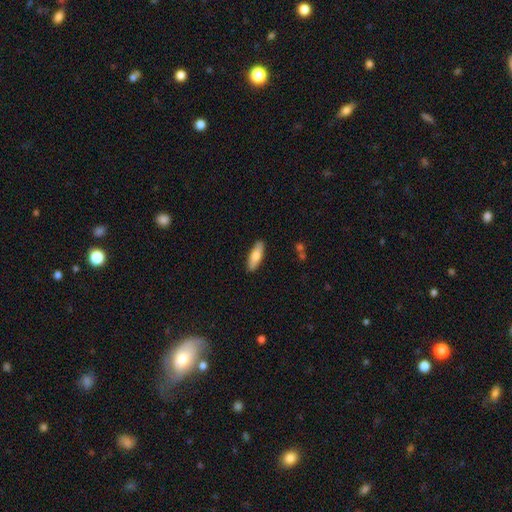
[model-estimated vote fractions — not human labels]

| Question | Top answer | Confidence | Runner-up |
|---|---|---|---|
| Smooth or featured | smooth | 72% | featured or disk (22%) |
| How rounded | in between | 53% | cigar-shaped (45%) |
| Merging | none | 88% | minor disturbance (9%) |